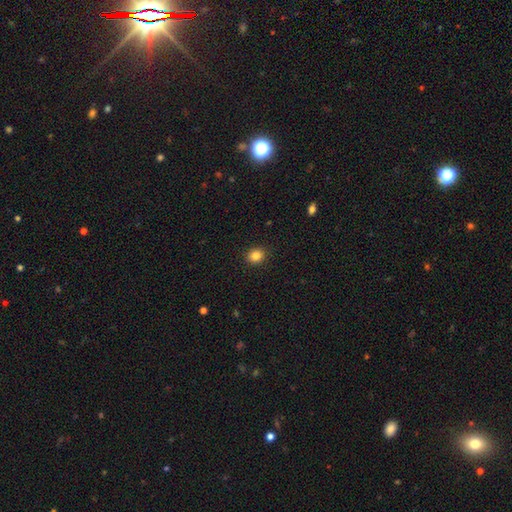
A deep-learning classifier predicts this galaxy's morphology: smooth 85%, star or artifact 11%, featured or disk 5%. Down the decision tree: how rounded — round (72%); merging — none (91%).